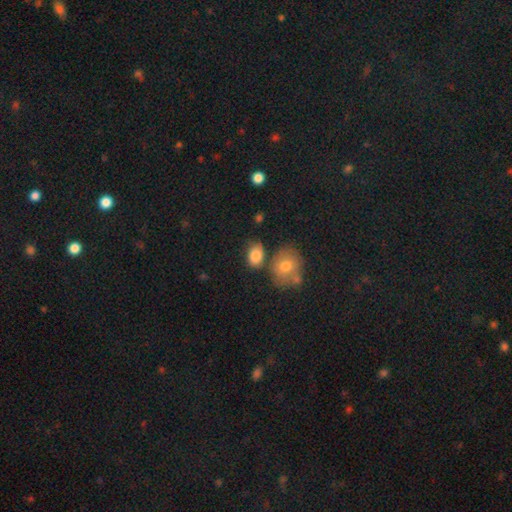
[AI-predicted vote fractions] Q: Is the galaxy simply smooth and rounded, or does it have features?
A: smooth — 82%.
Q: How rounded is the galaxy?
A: in between — 76%.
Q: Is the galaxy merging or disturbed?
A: none — 61%.